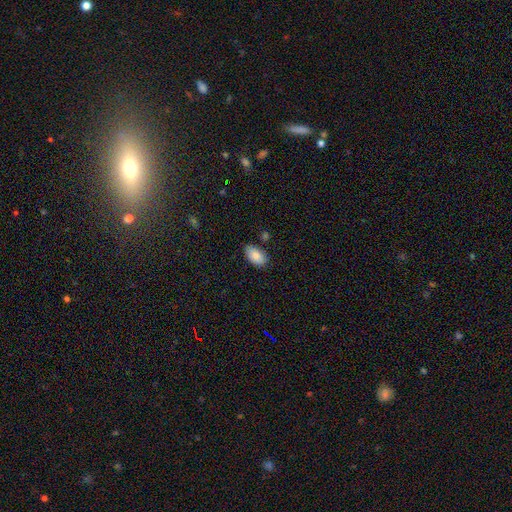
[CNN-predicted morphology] smooth 86%, featured or disk 7%, star or artifact 7%. Down the decision tree: how rounded — in between (94%); merging — none (79%).